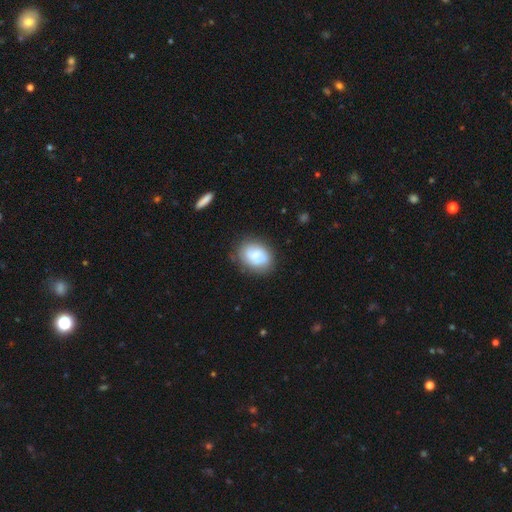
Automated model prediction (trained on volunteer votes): Morphology: type=smooth (49%); merging=none (73%).